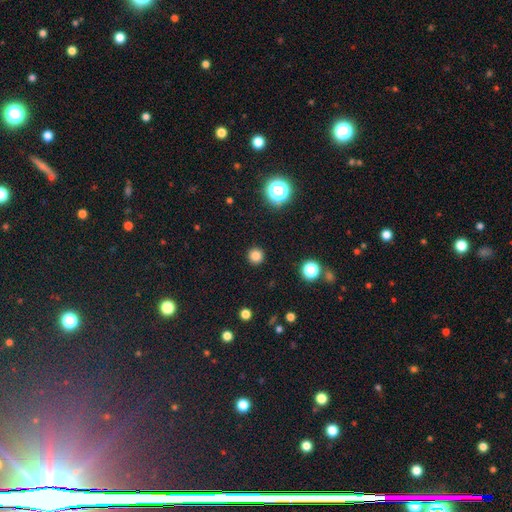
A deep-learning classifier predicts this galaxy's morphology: This is clearly a smooth galaxy (81%). How rounded: clearly round (96%). Merging: clearly none (93%).